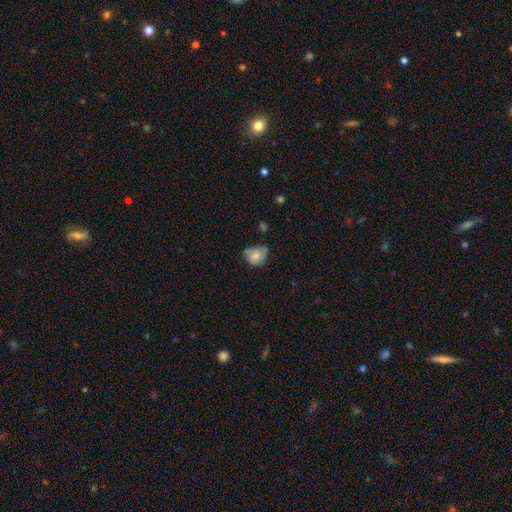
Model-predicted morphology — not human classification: Q: Smooth or featured?
A: smooth (68%); runner-up: featured or disk (23%)
Q: How rounded?
A: round (54%); runner-up: in between (45%)
Q: Merging?
A: none (40%); runner-up: minor disturbance (39%)